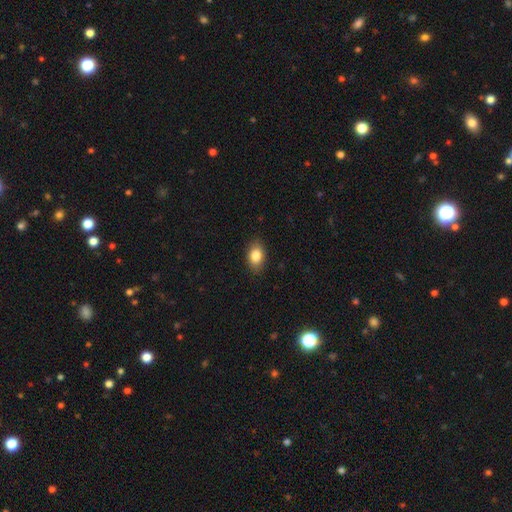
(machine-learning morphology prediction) This is clearly a smooth galaxy (84%). How rounded: clearly in between (83%). Merging: clearly none (87%).